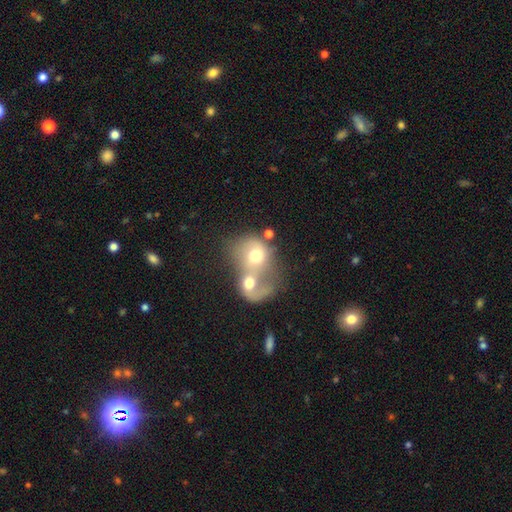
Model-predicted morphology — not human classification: Smooth or featured?
  - smooth: 53% *
  - featured or disk: 38%
  - star or artifact: 9%
How rounded?
  - round: 59% *
  - in between: 40%
  - cigar-shaped: 1%
Merging?
  - merger: 81% *
  - major disturbance: 8%
  - none: 8%
  - minor disturbance: 4%